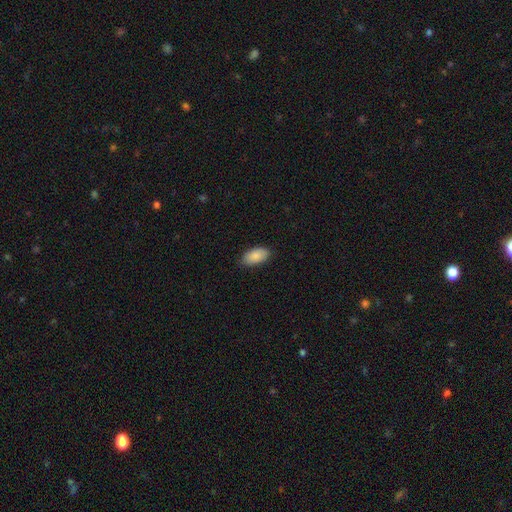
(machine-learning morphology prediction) smooth 87%, featured or disk 7%, star or artifact 6%. Down the decision tree: how rounded — in between (94%); merging — none (83%).